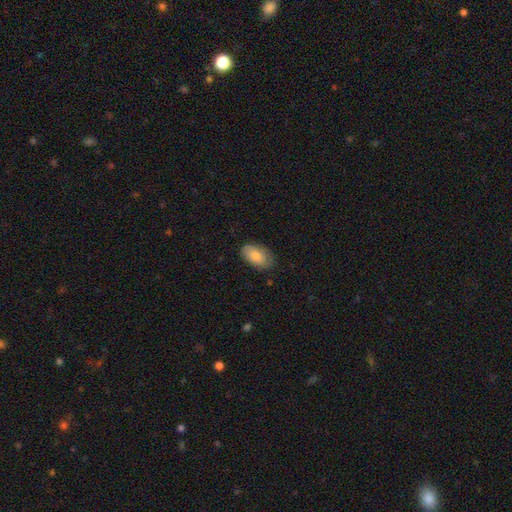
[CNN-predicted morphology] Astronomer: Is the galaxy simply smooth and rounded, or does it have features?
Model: smooth — 82%.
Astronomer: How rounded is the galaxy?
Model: in between — 94%.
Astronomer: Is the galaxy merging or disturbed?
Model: none — 79%.